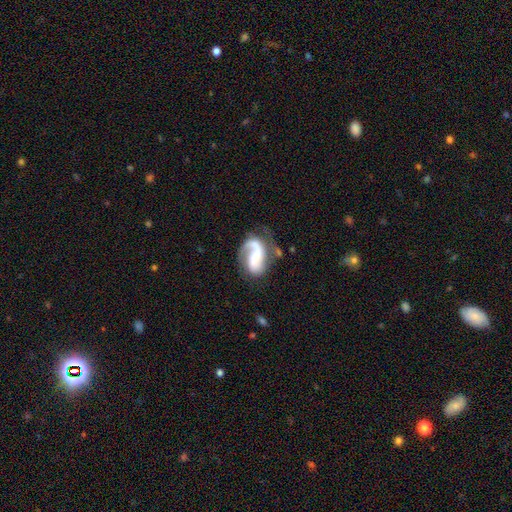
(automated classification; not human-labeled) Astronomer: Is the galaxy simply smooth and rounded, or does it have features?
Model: featured or disk — 80%.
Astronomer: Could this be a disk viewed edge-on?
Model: no — 98%.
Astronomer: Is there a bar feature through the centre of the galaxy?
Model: no — 43% (runner-up: weak, 36%).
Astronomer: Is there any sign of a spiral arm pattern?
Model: yes — 94%.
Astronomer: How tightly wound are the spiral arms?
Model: loose — 42% (runner-up: medium, 41%).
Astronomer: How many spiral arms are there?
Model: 2 — 58% (runner-up: 1, 36%).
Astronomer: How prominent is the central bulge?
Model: small — 42% (runner-up: moderate, 33%).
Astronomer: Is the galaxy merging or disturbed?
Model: none — 49%.